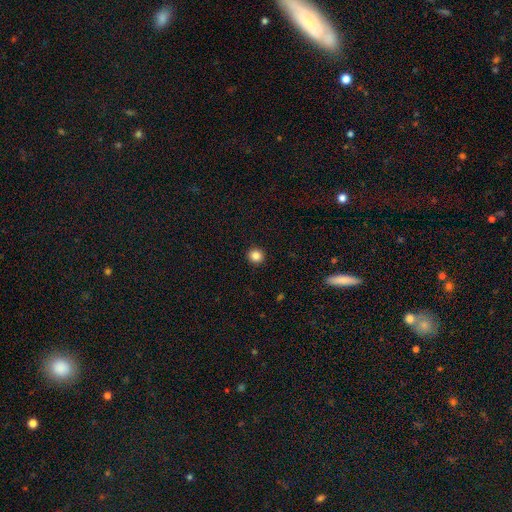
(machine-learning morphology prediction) This is clearly a smooth galaxy (85%). How rounded: clearly round (96%). Merging: clearly none (93%).